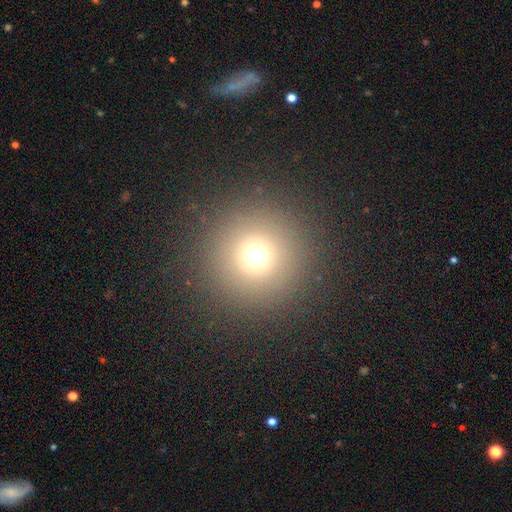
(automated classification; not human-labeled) Morphology: type=smooth (69%); roundness=round (97%); merging=none (90%).